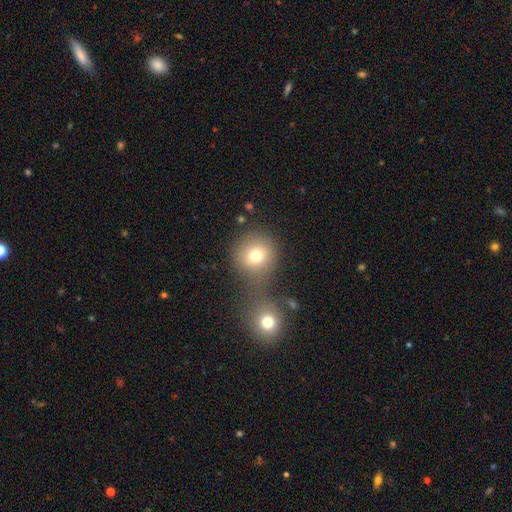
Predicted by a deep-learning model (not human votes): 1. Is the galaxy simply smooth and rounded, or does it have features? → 75% smooth, 14% star or artifact, 11% featured or disk.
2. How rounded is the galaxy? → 89% round, 10% in between, 1% cigar-shaped.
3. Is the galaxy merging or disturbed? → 56% none, 30% merger, 9% minor disturbance, 5% major disturbance.